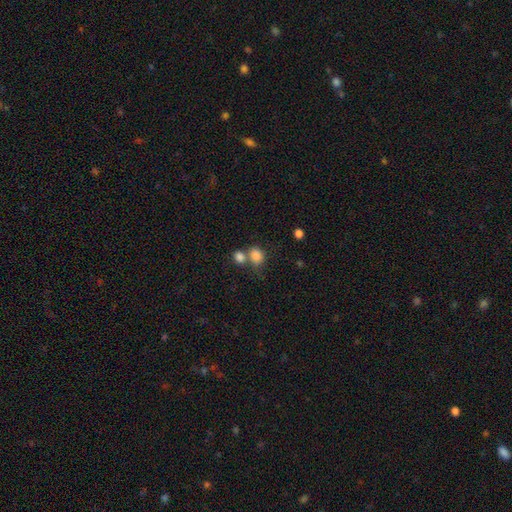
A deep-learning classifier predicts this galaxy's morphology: A smooth galaxy with no disk features (84%) that is round (60%). Merging: merger (44%).